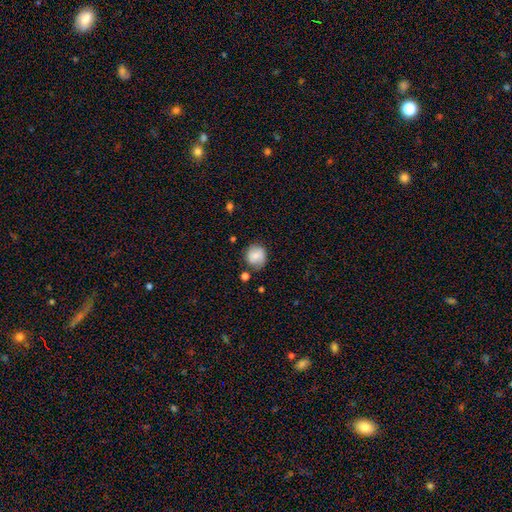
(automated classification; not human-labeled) The model was most divided on "merging": none: 68%, minor disturbance: 21%, major disturbance: 6%, merger: 6%. More confident: how rounded — round (80%); smooth or featured — smooth (71%).